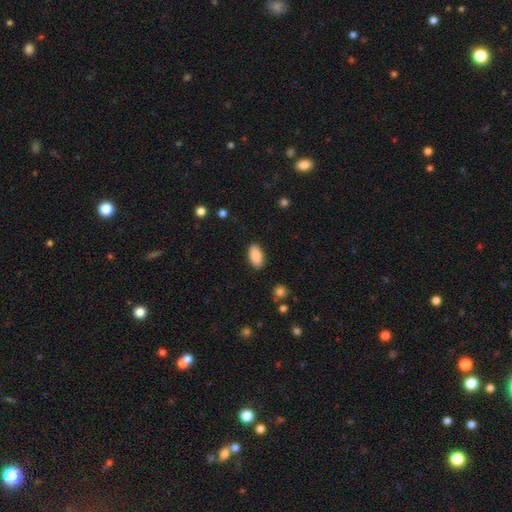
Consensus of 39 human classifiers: smooth-or-featured: smooth: 87% | star or artifact: 8% | featured or disk: 5%
  how-rounded: in between: 97% | cigar-shaped: 3% | round: 0%
  merging: none: 86% | minor disturbance: 11% | merger: 3% | major disturbance: 0%